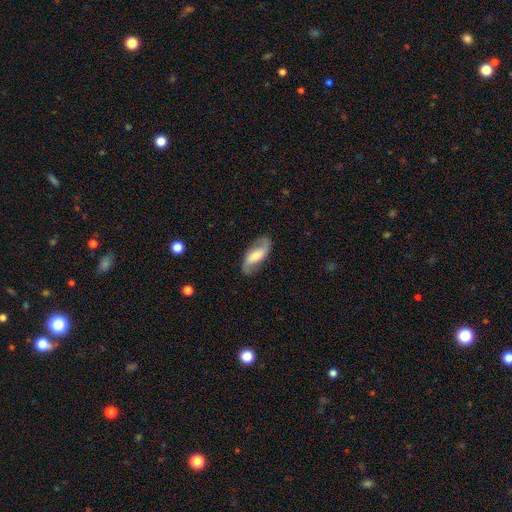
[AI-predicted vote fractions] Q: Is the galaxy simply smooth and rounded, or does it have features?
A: featured or disk — 73%.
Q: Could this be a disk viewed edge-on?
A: no — 93%.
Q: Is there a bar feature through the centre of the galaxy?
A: weak — 40%.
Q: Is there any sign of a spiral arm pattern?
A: yes — 93%.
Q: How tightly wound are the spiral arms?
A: loose — 62%.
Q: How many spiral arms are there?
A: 2 — 92%.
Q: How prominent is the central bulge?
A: moderate — 41%.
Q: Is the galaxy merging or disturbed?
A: none — 81%.